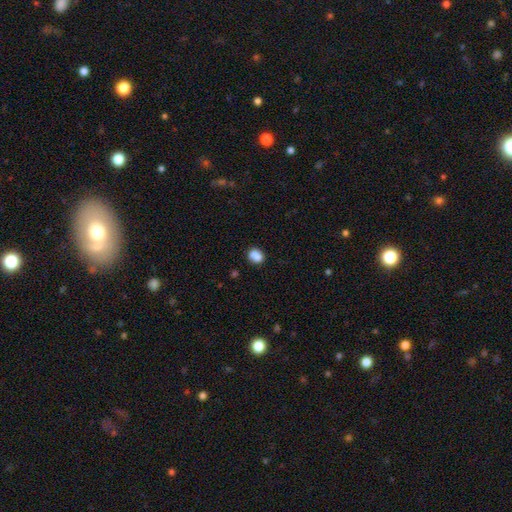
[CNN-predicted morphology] smooth_or_featured: smooth (p=0.79) [alt: featured or disk p=0.11]
how_rounded: round (p=0.60) [alt: in between p=0.39]
merging: none (p=0.46) [alt: merger p=0.36]